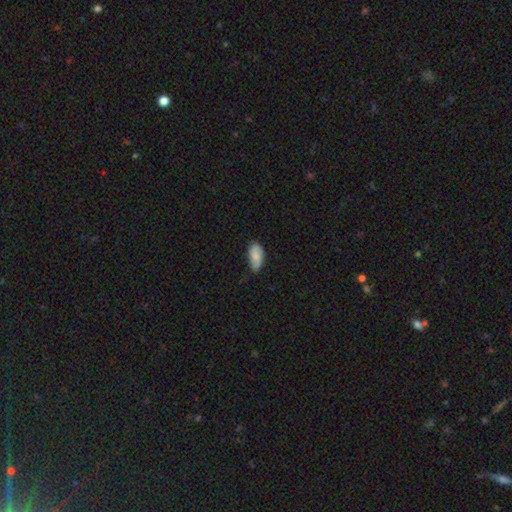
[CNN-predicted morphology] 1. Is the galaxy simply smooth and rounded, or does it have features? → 77% smooth, 16% featured or disk, 7% star or artifact.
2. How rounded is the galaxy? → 92% in between, 5% cigar-shaped, 3% round.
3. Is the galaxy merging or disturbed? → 61% none, 33% minor disturbance, 5% major disturbance, 2% merger.